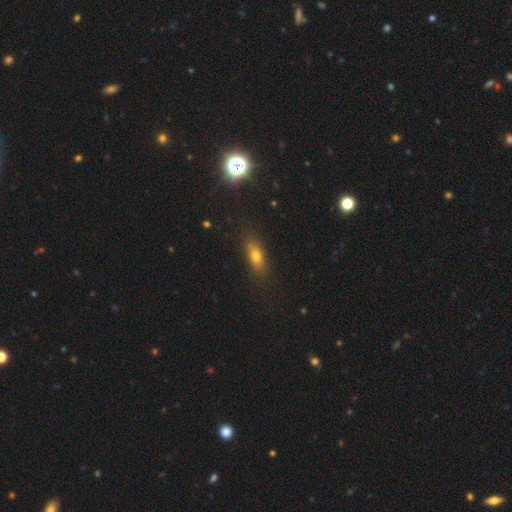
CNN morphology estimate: This is likely a smooth galaxy (67%). How rounded: likely in between (66%). Merging: likely none (79%).